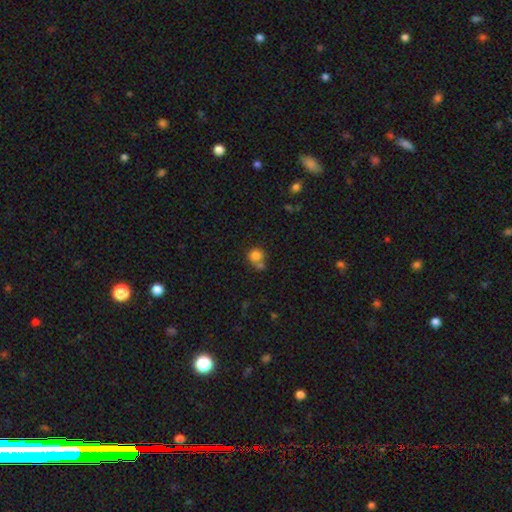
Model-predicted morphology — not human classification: Smooth or featured: smooth — 81% (star or artifact — 11%)
How rounded: round — 84% (in between — 15%)
Merging: none — 45% (merger — 39%)